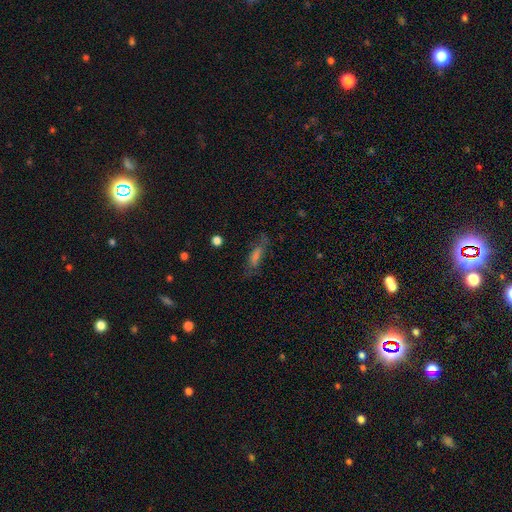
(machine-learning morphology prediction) Q: Smooth or featured?
A: smooth (44%); runner-up: featured or disk (37%)
Q: Merging?
A: none (66%); runner-up: minor disturbance (20%)